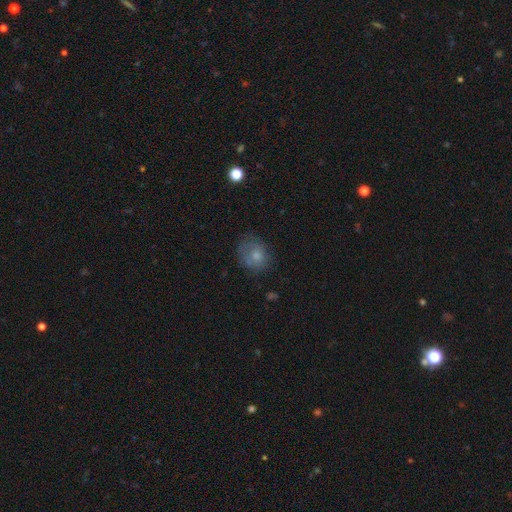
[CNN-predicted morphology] A smooth galaxy with no disk features (71%) that is round (60%).

Vote fractions:
- Smooth or featured? smooth: 71% / featured or disk: 20% / star or artifact: 9%
- How rounded? round: 60% / in between: 39% / cigar-shaped: 1%
- Merging? none: 59% / minor disturbance: 26% / major disturbance: 13% / merger: 2%